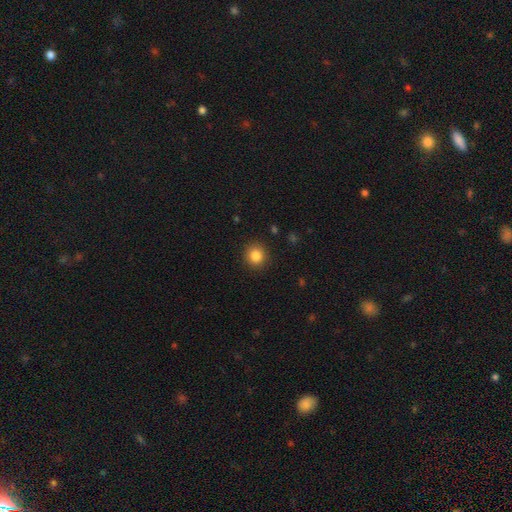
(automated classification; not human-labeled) smooth-or-featured: smooth: 85% | star or artifact: 10% | featured or disk: 5%
  how-rounded: round: 89% | in between: 10% | cigar-shaped: 1%
  merging: none: 90% | minor disturbance: 7% | major disturbance: 2% | merger: 1%